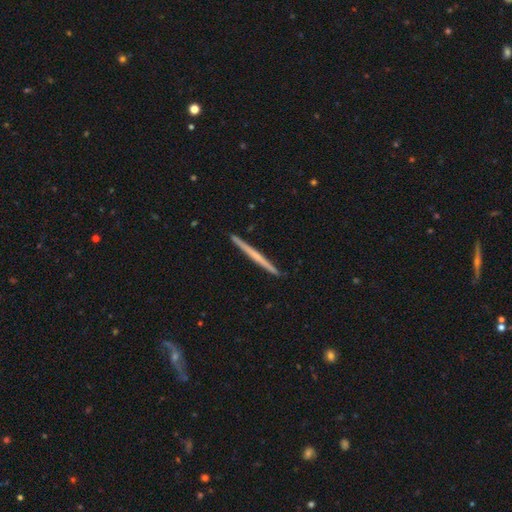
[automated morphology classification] Overall: featured or disk (58%; smooth 37%). Edge-on disk: yes (98%). Edge-on bulge: none (81%). Merging: none (93%).